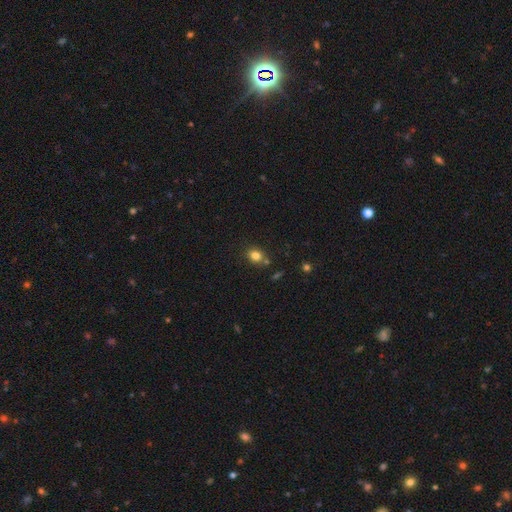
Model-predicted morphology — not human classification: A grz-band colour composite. It shows a smooth galaxy with no disk features (81%) that is round (57%). Merging: none (72%).